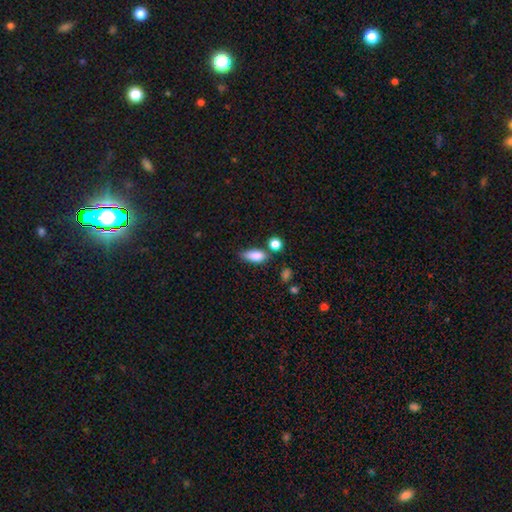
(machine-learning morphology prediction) type=smooth (84%); roundness=in between (79%); merging=none (63%).